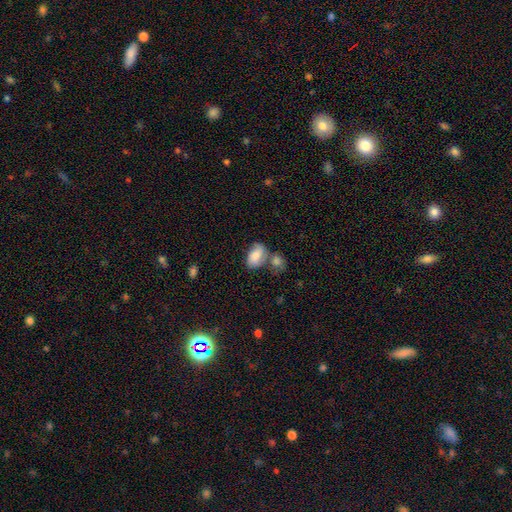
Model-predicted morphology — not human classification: This is likely a smooth galaxy (74%). How rounded: clearly in between (89%). Merging: marginally none (37%).